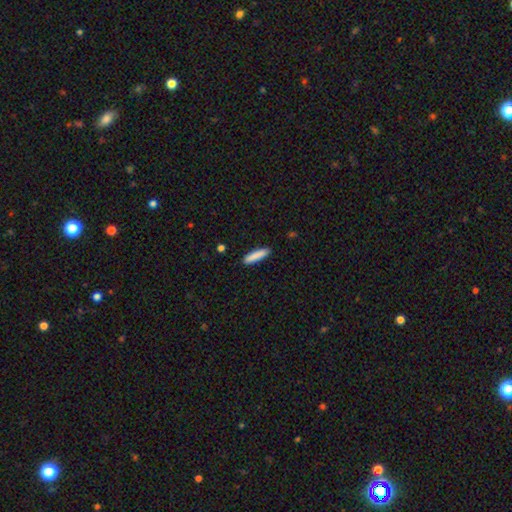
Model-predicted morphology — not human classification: Smooth or featured? smooth (87%)
How rounded? cigar-shaped (80%)
Merging? none (89%)